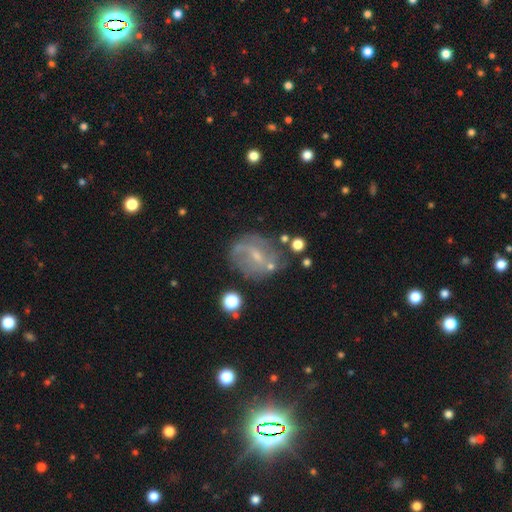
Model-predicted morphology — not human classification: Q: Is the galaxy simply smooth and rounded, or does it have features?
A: featured or disk — 60%.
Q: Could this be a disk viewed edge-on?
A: no — 95%.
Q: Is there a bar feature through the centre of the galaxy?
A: weak — 51%.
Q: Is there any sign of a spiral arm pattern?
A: yes — 60%.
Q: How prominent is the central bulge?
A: small — 61%.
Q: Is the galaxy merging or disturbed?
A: none — 60%.